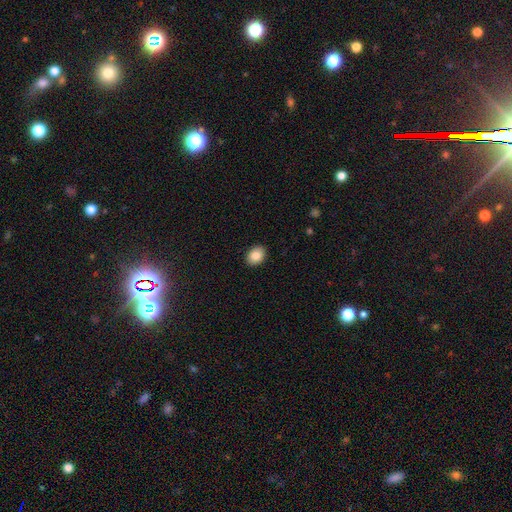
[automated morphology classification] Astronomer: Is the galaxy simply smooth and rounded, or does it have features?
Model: smooth — 86%.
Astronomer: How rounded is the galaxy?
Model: in between — 67%.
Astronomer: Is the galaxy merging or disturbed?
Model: none — 90%.